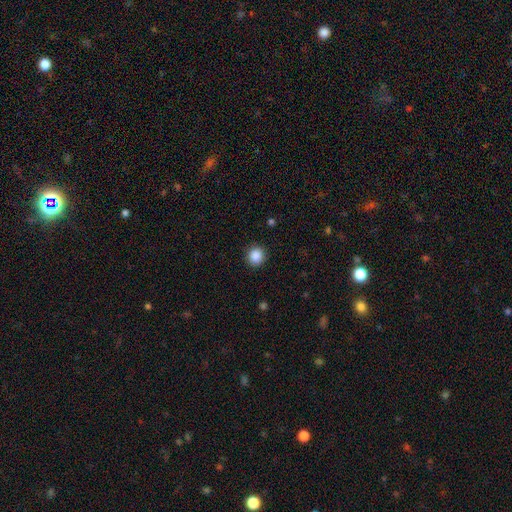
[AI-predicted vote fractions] Smooth or featured? smooth (87%)
How rounded? round (91%)
Merging? none (92%)